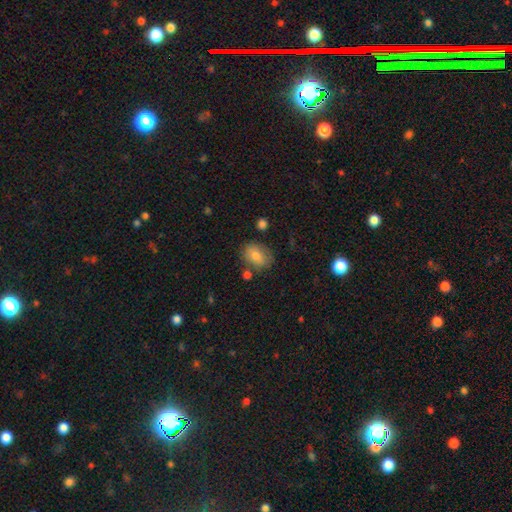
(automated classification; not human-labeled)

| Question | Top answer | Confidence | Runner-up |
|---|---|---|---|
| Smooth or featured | smooth | 76% | featured or disk (15%) |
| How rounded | in between | 67% | round (32%) |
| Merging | none | 75% | minor disturbance (16%) |